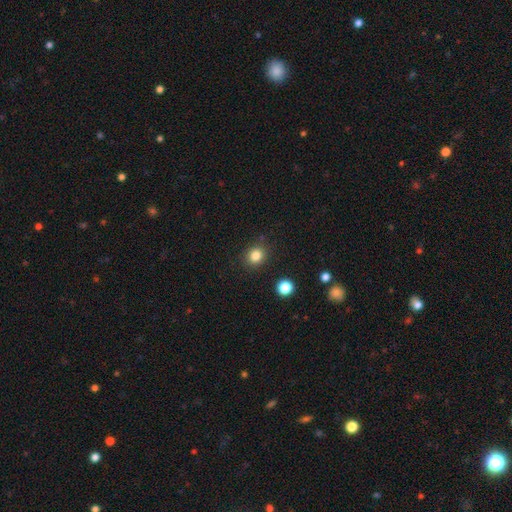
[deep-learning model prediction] Smooth or featured?
  - smooth: 83% *
  - star or artifact: 12%
  - featured or disk: 5%
How rounded?
  - round: 75% *
  - in between: 24%
  - cigar-shaped: 1%
Merging?
  - none: 87% *
  - minor disturbance: 8%
  - major disturbance: 2%
  - merger: 2%